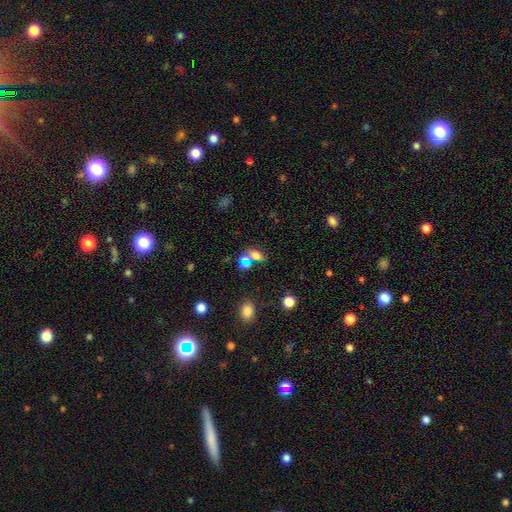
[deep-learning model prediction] This is likely a smooth galaxy (63%). How rounded: likely in between (72%). Merging: possibly merger (51%).